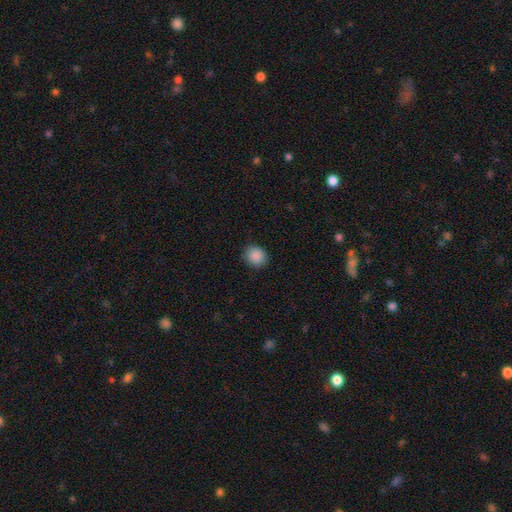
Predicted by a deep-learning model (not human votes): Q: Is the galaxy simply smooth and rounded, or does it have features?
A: smooth — 89%.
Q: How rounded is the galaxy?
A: round — 74%.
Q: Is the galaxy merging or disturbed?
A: none — 88%.